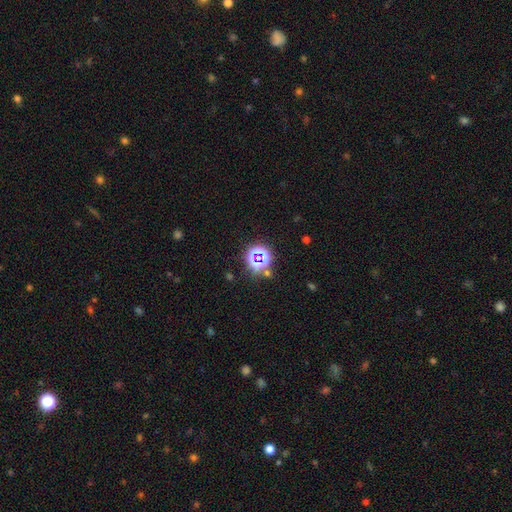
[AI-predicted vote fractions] Overall: star or artifact (68%).